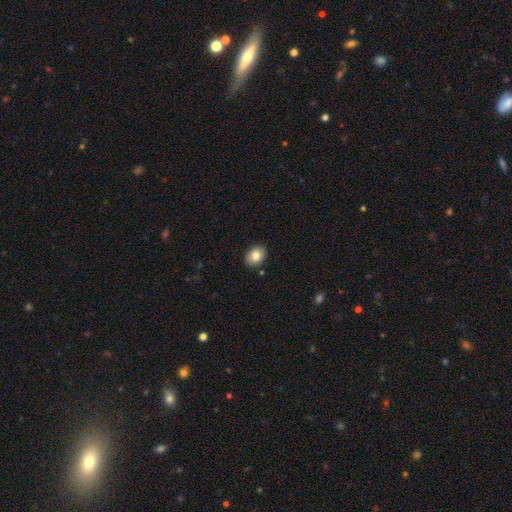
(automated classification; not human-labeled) smooth 83%, featured or disk 9%, star or artifact 8%. Down the decision tree: how rounded — in between (61%); merging — none (88%).